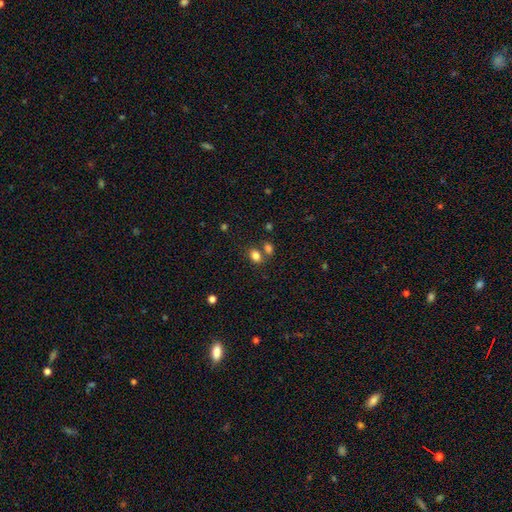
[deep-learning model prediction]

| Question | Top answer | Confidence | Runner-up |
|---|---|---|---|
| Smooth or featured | smooth | 81% | star or artifact (12%) |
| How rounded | in between | 67% | round (32%) |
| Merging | none | 58% | merger (28%) |